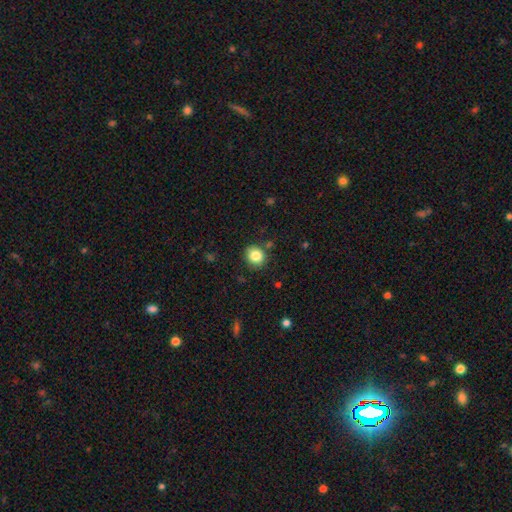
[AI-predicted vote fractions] smooth 84%, star or artifact 11%, featured or disk 6%. Down the decision tree: how rounded — round (82%); merging — none (85%).